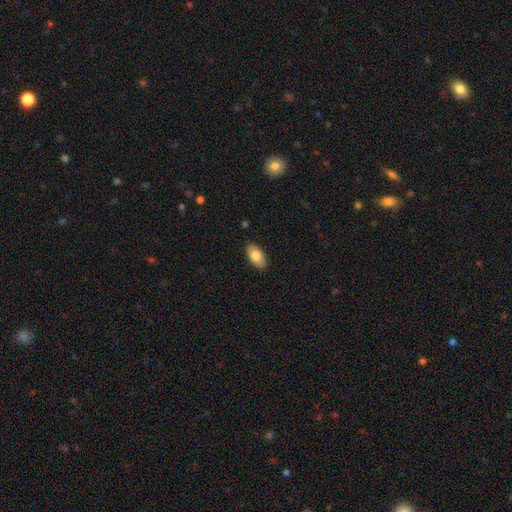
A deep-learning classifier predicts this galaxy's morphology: The model was most divided on "smooth or featured": smooth: 80%, featured or disk: 13%, star or artifact: 6%. More confident: how rounded — in between (94%); merging — none (88%).